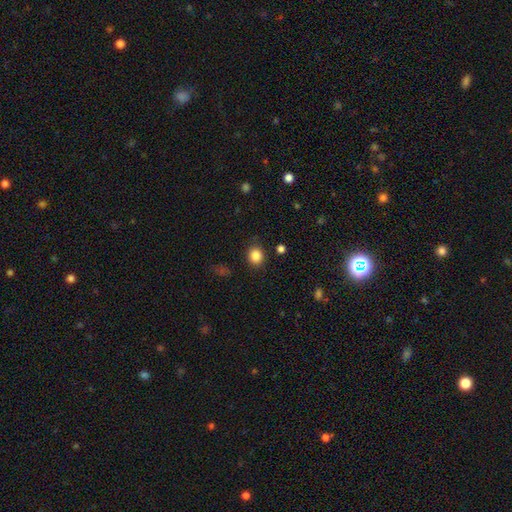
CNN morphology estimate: type=smooth (86%); roundness=round (78%); merging=none (86%).